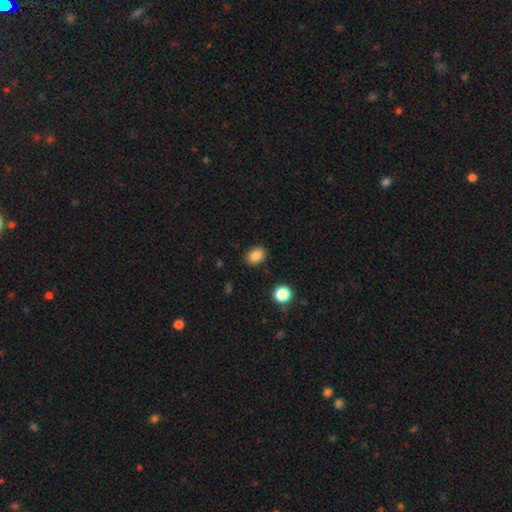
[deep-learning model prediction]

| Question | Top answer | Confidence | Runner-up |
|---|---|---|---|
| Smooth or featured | smooth | 85% | star or artifact (10%) |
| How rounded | in between | 54% | round (45%) |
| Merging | none | 88% | minor disturbance (8%) |